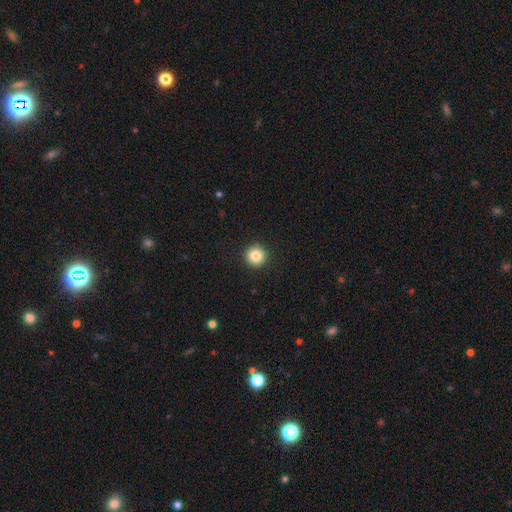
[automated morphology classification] This appears to be a smooth galaxy with no disk features (85%) that is round (96%). Merging: none (93%).